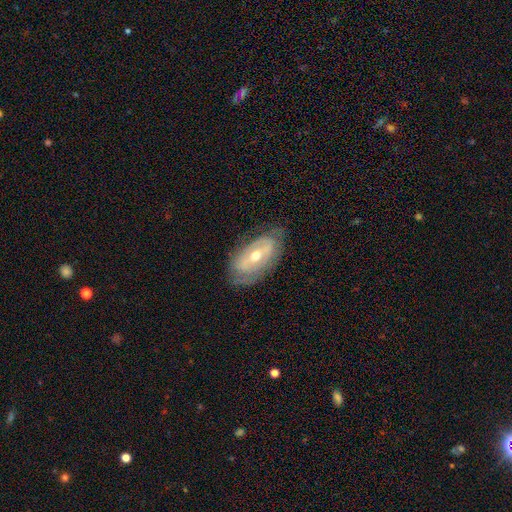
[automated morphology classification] A featured or disk galaxy (69%) with no bar (43%), spiral arms (59%) and a moderate central bulge (64%). Merging: none (70%).